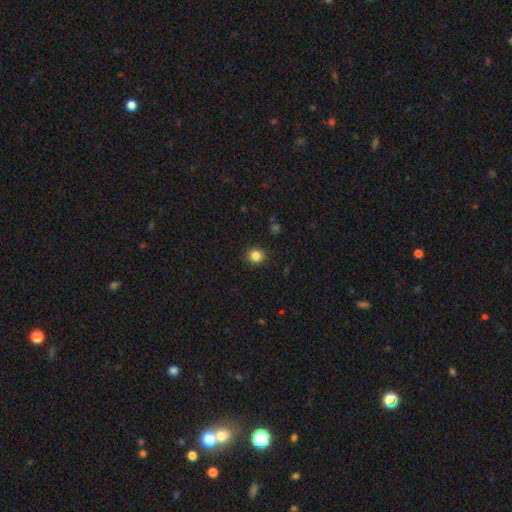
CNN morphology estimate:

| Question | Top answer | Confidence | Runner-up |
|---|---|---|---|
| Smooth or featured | smooth | 84% | star or artifact (11%) |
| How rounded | round | 90% | in between (9%) |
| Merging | none | 92% | minor disturbance (5%) |